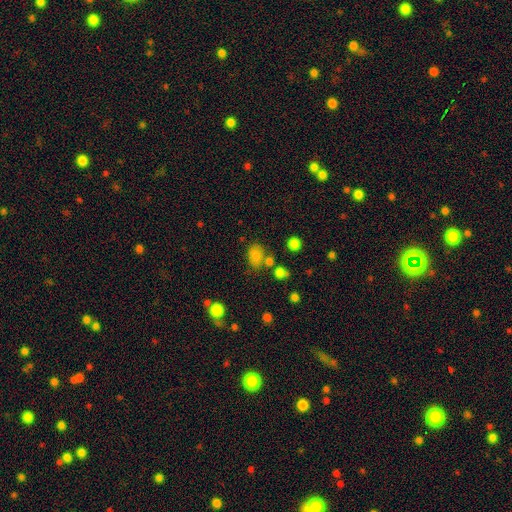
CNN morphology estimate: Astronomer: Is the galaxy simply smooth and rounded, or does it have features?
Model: smooth — 79%.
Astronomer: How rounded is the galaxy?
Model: in between — 72%.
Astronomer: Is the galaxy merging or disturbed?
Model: none — 64%.